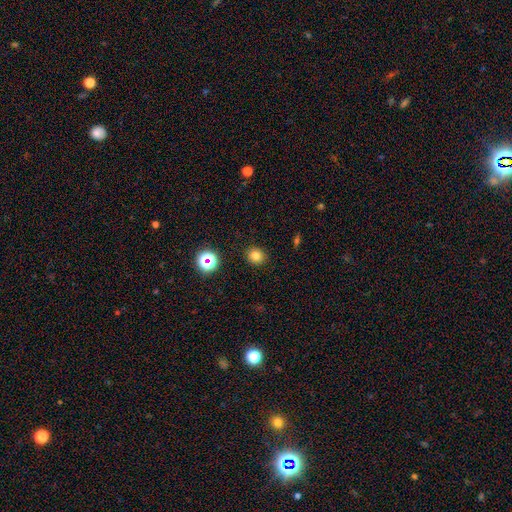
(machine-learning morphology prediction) Smooth or featured: smooth — 78% (star or artifact — 16%)
How rounded: round — 84% (in between — 15%)
Merging: none — 90% (minor disturbance — 6%)